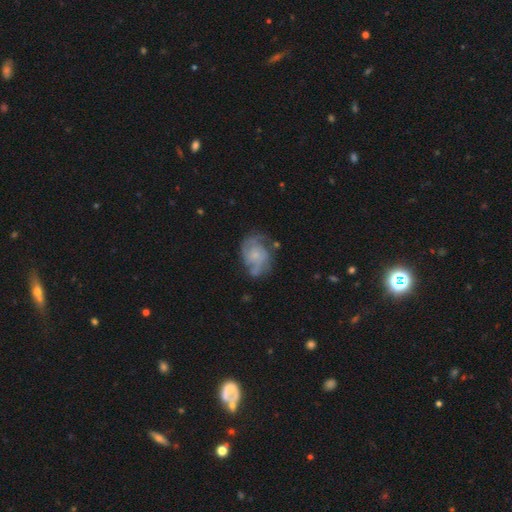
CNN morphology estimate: smooth-or-featured: featured or disk: 74% | smooth: 19% | star or artifact: 7%
  disk-edge-on: no: 98% | yes: 2%
    bar: no: 72% | weak: 24% | strong: 4%
    has-spiral-arms: yes: 88% | no: 12%
      spiral-winding: medium: 45% | tight: 32% | loose: 22%
      spiral-arm-count: 2: 44% | can't tell: 23% | 3: 19% | 1: 5% | 4: 5% | more than 4: 4%
    bulge-size: small: 66% | moderate: 18% | none: 13% | large: 2% | dominant: 1%
  merging: none: 55% | minor disturbance: 25% | major disturbance: 16% | merger: 3%